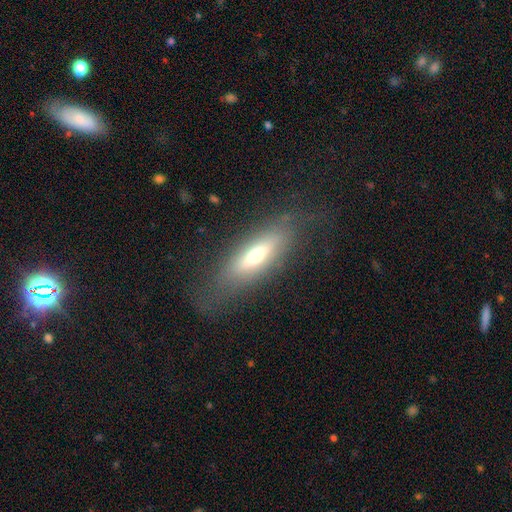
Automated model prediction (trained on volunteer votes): Smooth or featured?
  - smooth: 52% *
  - featured or disk: 40%
  - star or artifact: 8%
How rounded?
  - cigar-shaped: 50% *
  - in between: 47%
  - round: 3%
Merging?
  - none: 71% *
  - minor disturbance: 17%
  - major disturbance: 10%
  - merger: 1%